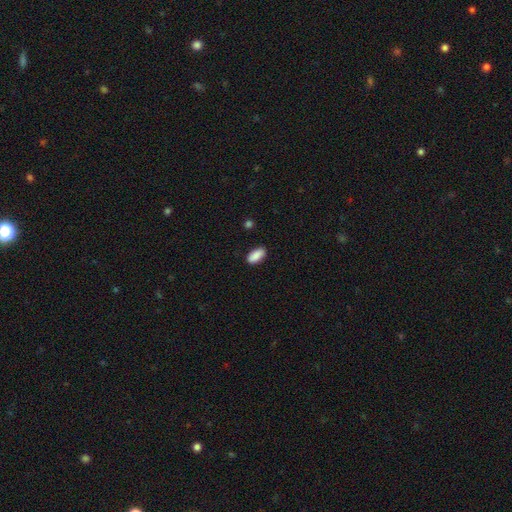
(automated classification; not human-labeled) A smooth galaxy with no disk features (90%) that is in between round and cigar-shaped (92%).

Vote fractions:
- Smooth or featured? smooth: 90% / star or artifact: 7% / featured or disk: 3%
- How rounded? in between: 92% / cigar-shaped: 6% / round: 3%
- Merging? none: 88% / minor disturbance: 9% / major disturbance: 2% / merger: 1%